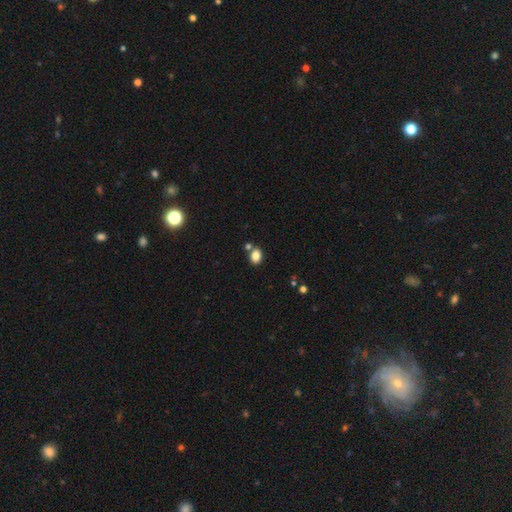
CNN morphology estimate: Smooth or featured? Predicted: smooth (p=0.83). How rounded? Predicted: in between (p=0.72). Merging? Predicted: none (p=0.70).